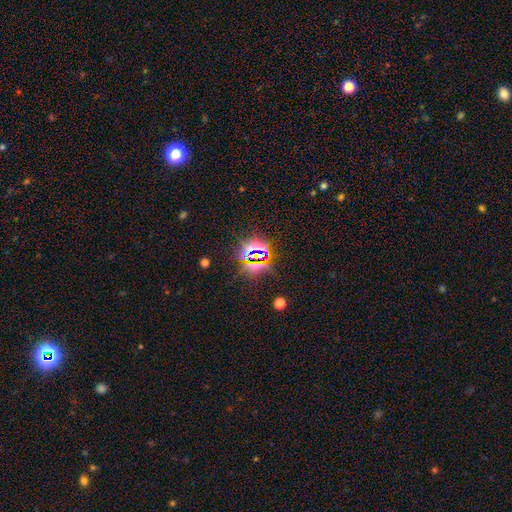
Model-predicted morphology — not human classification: type=star or artifact (74%).